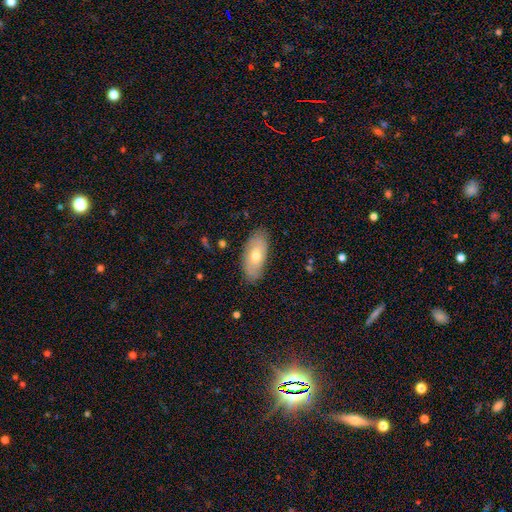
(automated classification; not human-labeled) Smooth or featured?
  - smooth: 61% *
  - featured or disk: 33%
  - star or artifact: 7%
How rounded?
  - in between: 89% *
  - cigar-shaped: 8%
  - round: 3%
Merging?
  - none: 84% *
  - minor disturbance: 12%
  - major disturbance: 2%
  - merger: 1%